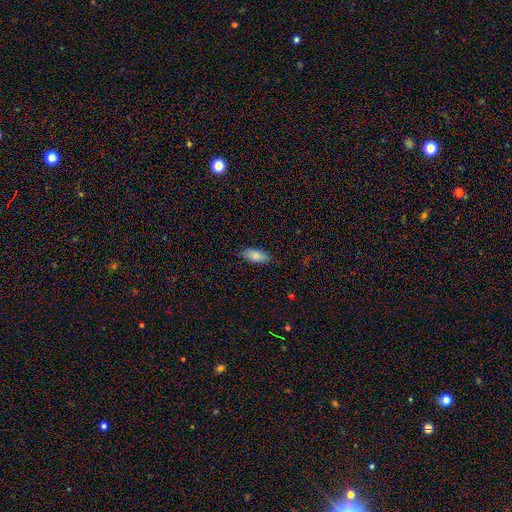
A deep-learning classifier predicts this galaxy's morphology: type=smooth (84%); roundness=in between (85%); merging=none (84%).